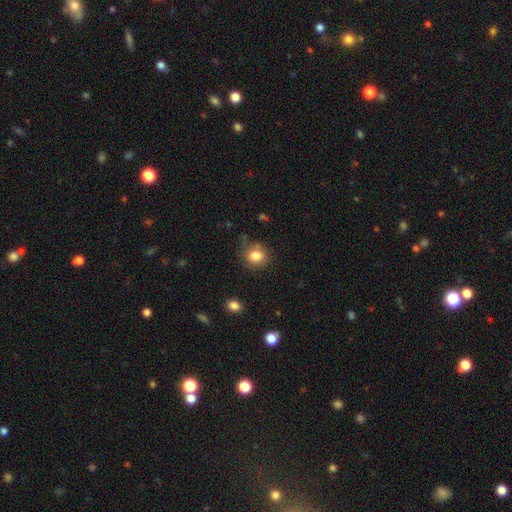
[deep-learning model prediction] smooth 83%, star or artifact 10%, featured or disk 7%. Down the decision tree: how rounded — round (72%); merging — none (73%).